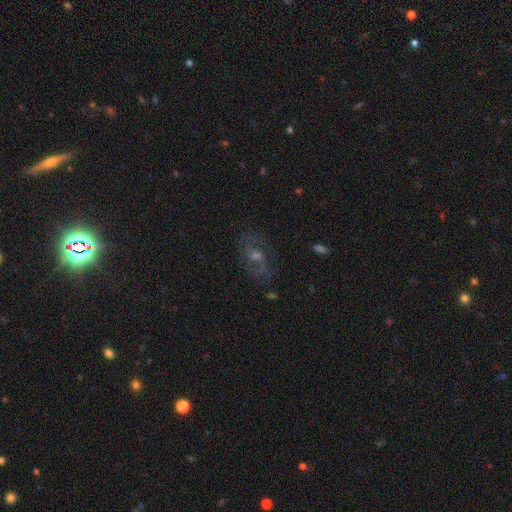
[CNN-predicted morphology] Smooth or featured?
  - featured or disk: 55% *
  - smooth: 24%
  - star or artifact: 21%
Edge-on disk?
  - no: 93% *
  - yes: 7%
Bar?
  - no: 56% *
  - weak: 35%
  - strong: 9%
Spiral arms?
  - yes: 70% *
  - no: 30%
Bulge size?
  - moderate: 60% *
  - small: 30%
  - large: 6%
  - none: 3%
  - dominant: 1%
Merging?
  - none: 72% *
  - minor disturbance: 17%
  - major disturbance: 9%
  - merger: 2%